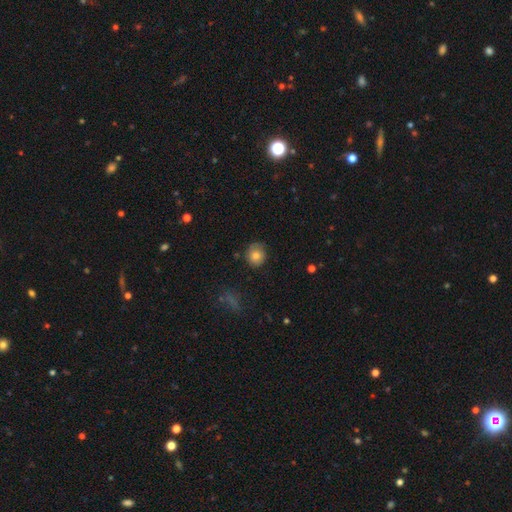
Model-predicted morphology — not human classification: Q: Smooth or featured?
A: smooth (75%); runner-up: featured or disk (16%)
Q: How rounded?
A: round (82%); runner-up: in between (17%)
Q: Merging?
A: none (71%); runner-up: minor disturbance (21%)